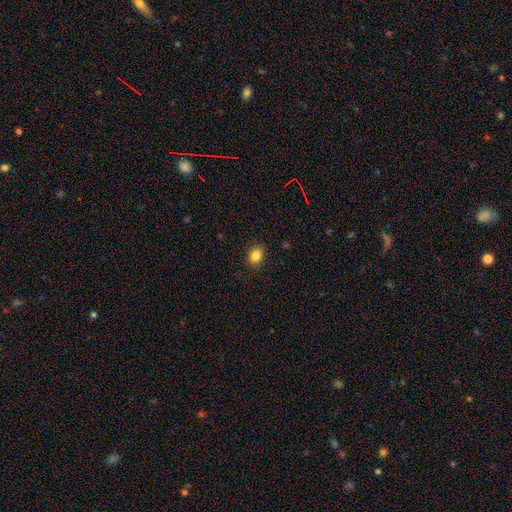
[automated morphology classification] type=smooth (85%); roundness=in between (50%, tied with round); merging=none (89%).